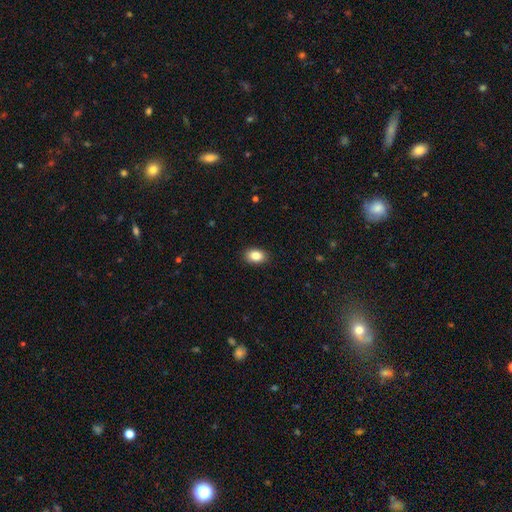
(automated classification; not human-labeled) smooth_or_featured: smooth (p=0.87) [alt: star or artifact p=0.08]
how_rounded: in between (p=0.82) [alt: round p=0.17]
merging: none (p=0.89) [alt: minor disturbance p=0.08]